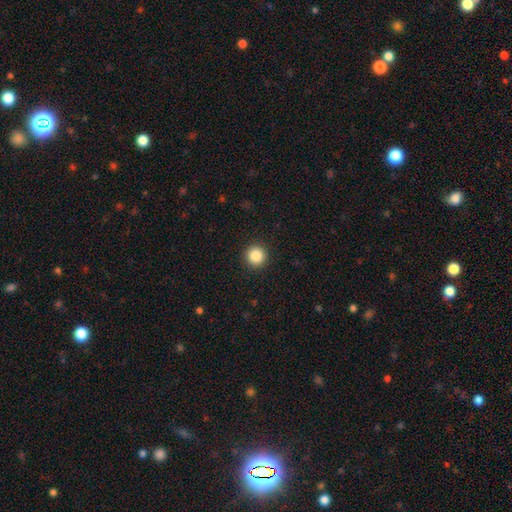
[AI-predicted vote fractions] This is clearly a smooth galaxy (86%). How rounded: clearly round (96%). Merging: clearly none (93%).